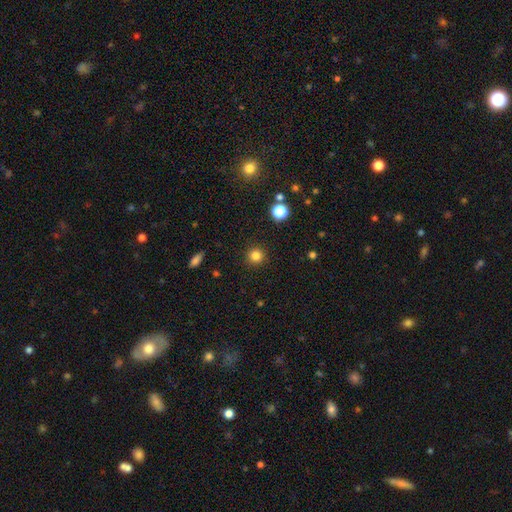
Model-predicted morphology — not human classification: Overall: smooth (82%). How rounded: round (94%). Merging: none (91%).